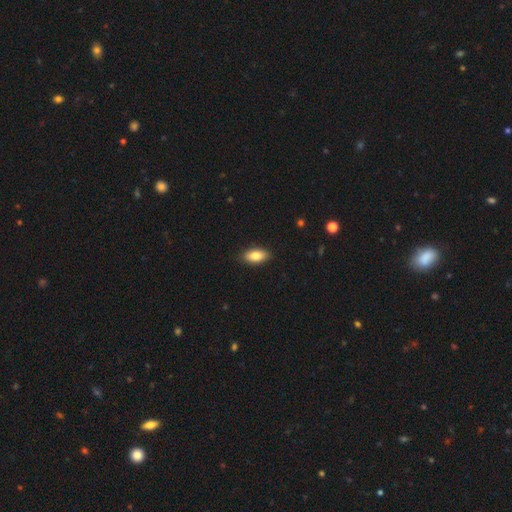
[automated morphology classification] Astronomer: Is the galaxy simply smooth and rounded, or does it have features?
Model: smooth — 83%.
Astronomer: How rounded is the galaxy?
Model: in between — 89%.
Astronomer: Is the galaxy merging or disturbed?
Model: none — 89%.